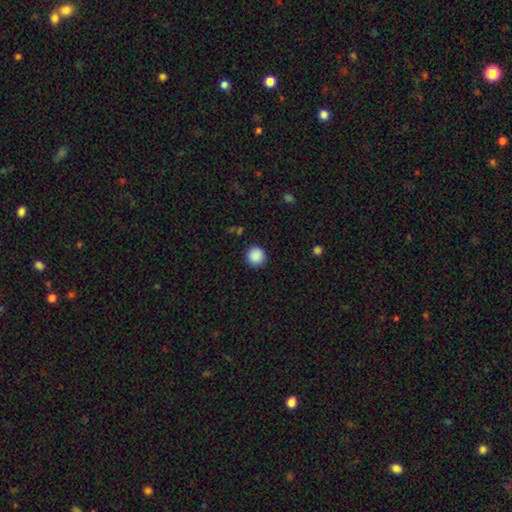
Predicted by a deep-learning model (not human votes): The model was most divided on "smooth or featured": smooth: 89%, star or artifact: 8%, featured or disk: 2%. More confident: how rounded — round (95%); merging — none (91%).